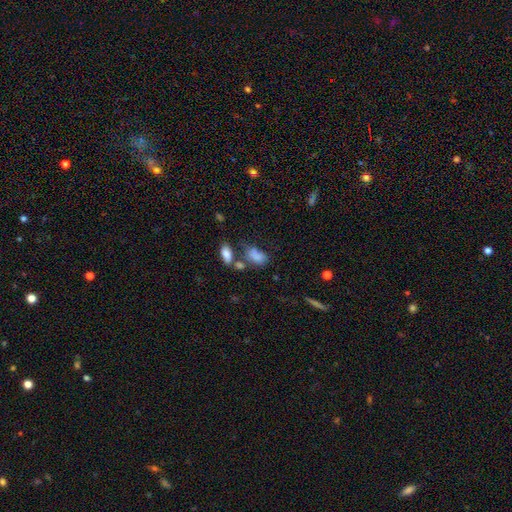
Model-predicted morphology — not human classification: Smooth or featured? smooth (79%)
How rounded? in between (88%)
Merging? none (36%)